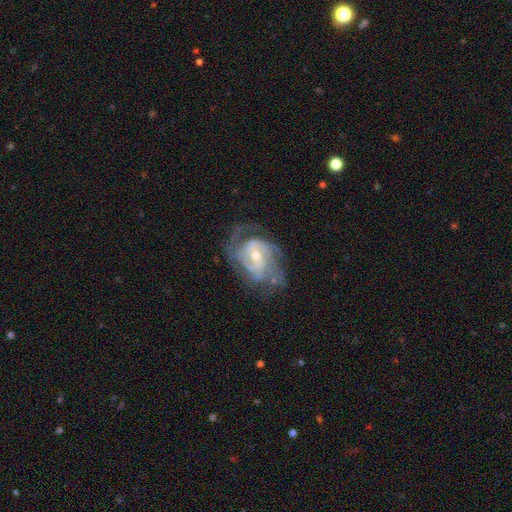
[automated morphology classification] smooth_or_featured: featured or disk (p=0.86) [alt: smooth p=0.08]
disk_edge_on: no (p=0.97) [alt: yes p=0.03]
bar: no (p=0.46) [alt: weak p=0.42]
has_spiral_arms: yes (p=0.94) [alt: no p=0.06]
spiral_winding: medium (p=0.44) [alt: tight p=0.41]
spiral_arm_count: 2 (p=0.43) [alt: 3 p=0.22]
bulge_size: moderate (p=0.57) [alt: small p=0.38]
merging: none (p=0.55) [alt: minor disturbance p=0.22]